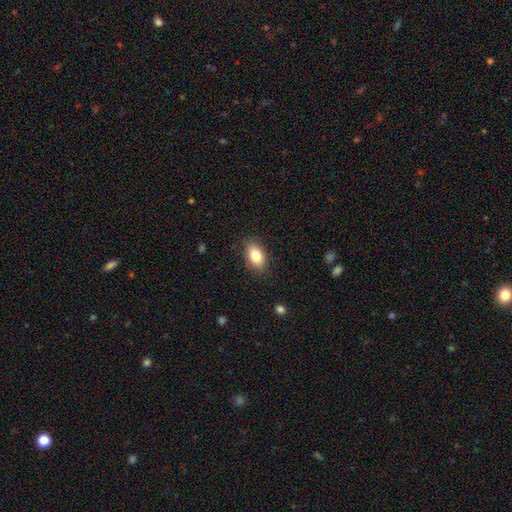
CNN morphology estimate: type=smooth (81%); roundness=in between (89%); merging=none (86%).